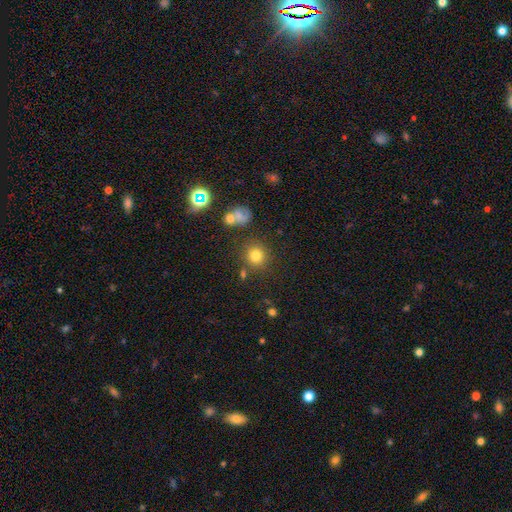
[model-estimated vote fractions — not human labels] This appears to be a smooth galaxy with no disk features (77%) that is round (89%). Merging: none (78%).